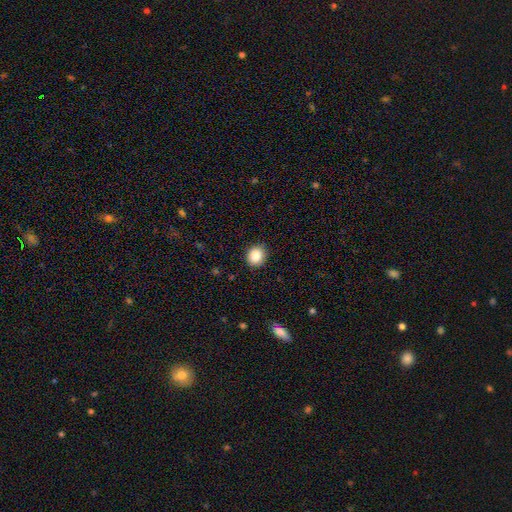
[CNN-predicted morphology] smooth-or-featured: smooth: 85% | star or artifact: 9% | featured or disk: 5%
  how-rounded: round: 82% | in between: 17% | cigar-shaped: 1%
  merging: none: 91% | minor disturbance: 7% | major disturbance: 2% | merger: 1%